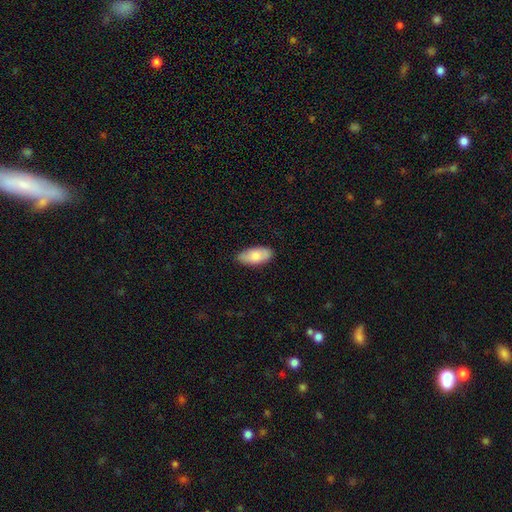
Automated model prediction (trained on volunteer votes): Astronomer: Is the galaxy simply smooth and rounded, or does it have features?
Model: smooth — 81%.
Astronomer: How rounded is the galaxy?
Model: in between — 91%.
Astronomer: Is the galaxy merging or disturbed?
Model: none — 85%.